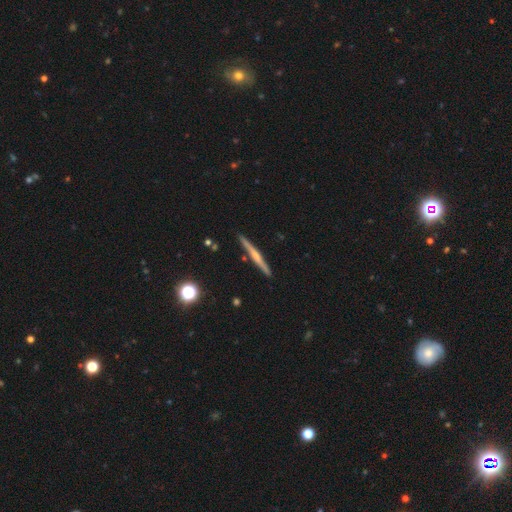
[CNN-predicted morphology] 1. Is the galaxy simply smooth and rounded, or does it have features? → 61% featured or disk, 33% smooth, 6% star or artifact.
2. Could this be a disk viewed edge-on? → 98% yes, 2% no.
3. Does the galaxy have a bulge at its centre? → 55% rounded, 35% none, 11% boxy.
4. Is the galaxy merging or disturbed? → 90% none, 7% minor disturbance, 2% merger, 1% major disturbance.